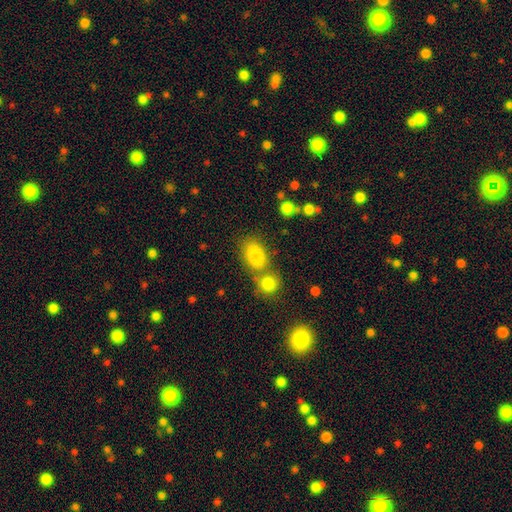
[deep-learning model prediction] Morphology: type=smooth (83%); roundness=in between (85%); merging=none (53%).